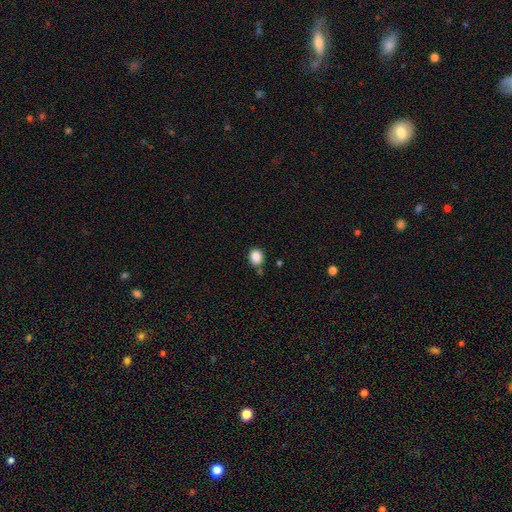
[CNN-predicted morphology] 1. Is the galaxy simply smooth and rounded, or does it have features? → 86% smooth, 10% star or artifact, 4% featured or disk.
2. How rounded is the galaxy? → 74% round, 25% in between, 1% cigar-shaped.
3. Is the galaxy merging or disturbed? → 79% none, 12% minor disturbance, 6% merger, 3% major disturbance.